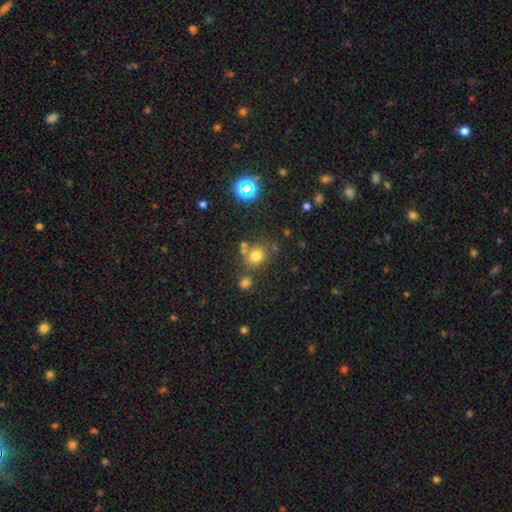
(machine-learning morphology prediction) Smooth or featured? Predicted: smooth (p=0.72). How rounded? Predicted: round (p=0.77). Merging? Predicted: none (p=0.67).